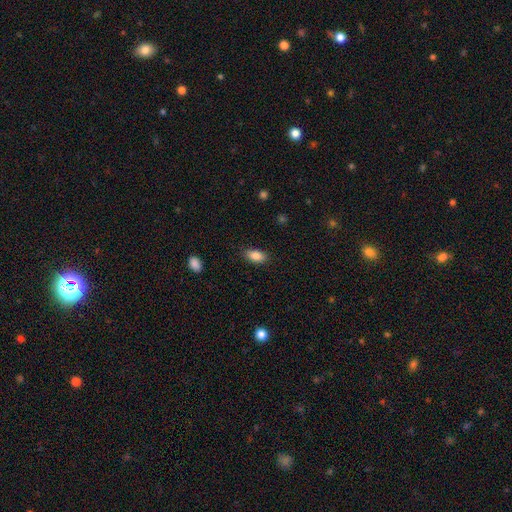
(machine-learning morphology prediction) Smooth or featured? Predicted: smooth (p=0.87). How rounded? Predicted: in between (p=0.90). Merging? Predicted: none (p=0.86).